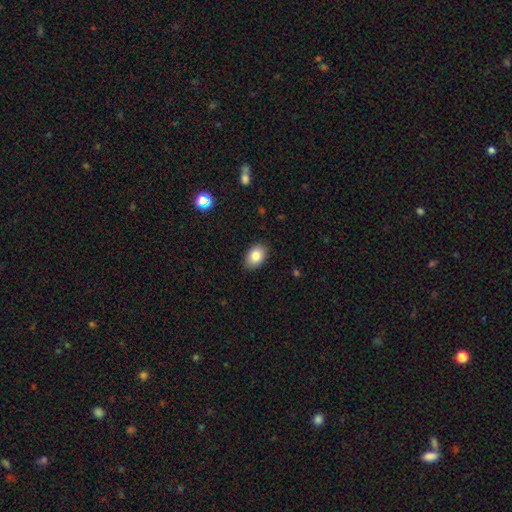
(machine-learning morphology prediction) smooth_or_featured: smooth (p=0.85) [alt: star or artifact p=0.08]
how_rounded: in between (p=0.83) [alt: round p=0.16]
merging: none (p=0.85) [alt: minor disturbance p=0.11]